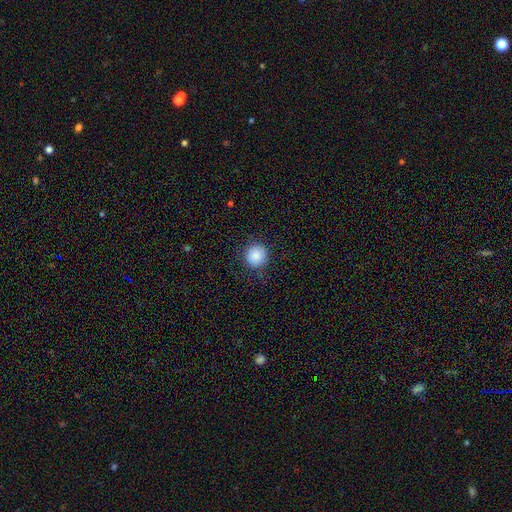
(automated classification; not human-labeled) smooth 87%, star or artifact 9%, featured or disk 4%. Down the decision tree: how rounded — round (94%); merging — none (88%).